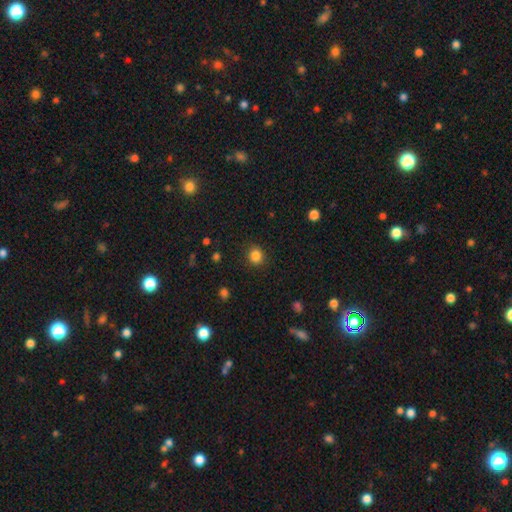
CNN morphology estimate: smooth 85%, star or artifact 11%, featured or disk 4%. Down the decision tree: how rounded — round (81%); merging — none (88%).